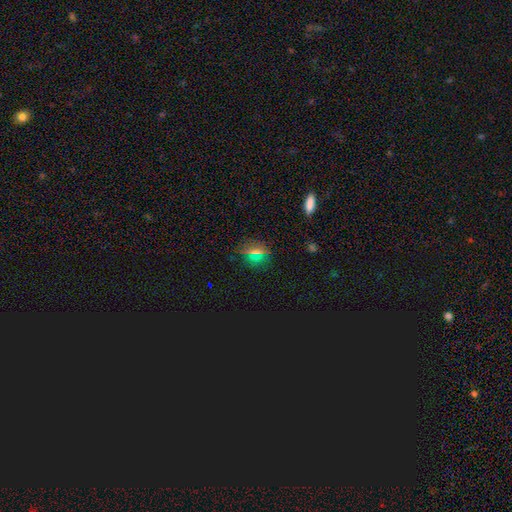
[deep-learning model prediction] Smooth or featured?
  - smooth: 55% *
  - star or artifact: 36%
  - featured or disk: 9%
How rounded?
  - round: 76% *
  - in between: 19%
  - cigar-shaped: 5%
Merging?
  - none: 85% *
  - minor disturbance: 9%
  - major disturbance: 3%
  - merger: 2%